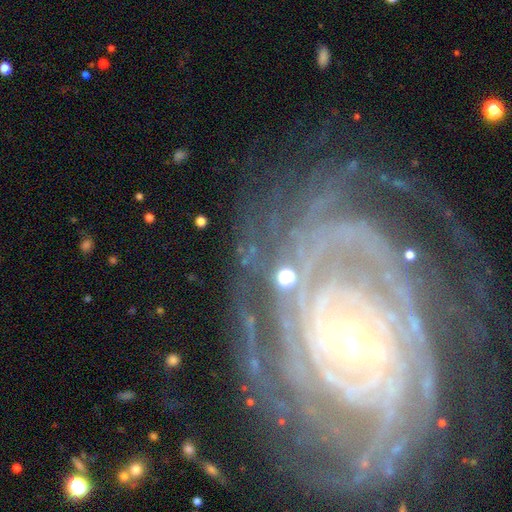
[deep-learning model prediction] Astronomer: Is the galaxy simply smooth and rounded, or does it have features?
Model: featured or disk — 90%.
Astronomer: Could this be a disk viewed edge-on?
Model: no — 97%.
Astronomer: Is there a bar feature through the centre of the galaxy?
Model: no — 47% (runner-up: weak, 31%).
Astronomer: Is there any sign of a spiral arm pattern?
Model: yes — 97%.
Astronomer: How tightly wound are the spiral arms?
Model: tight — 79%.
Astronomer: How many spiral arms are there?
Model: can't tell — 26% (runner-up: more than 4, 20%).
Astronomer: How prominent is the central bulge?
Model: small — 65%.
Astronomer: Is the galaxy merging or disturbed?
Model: none — 71%.